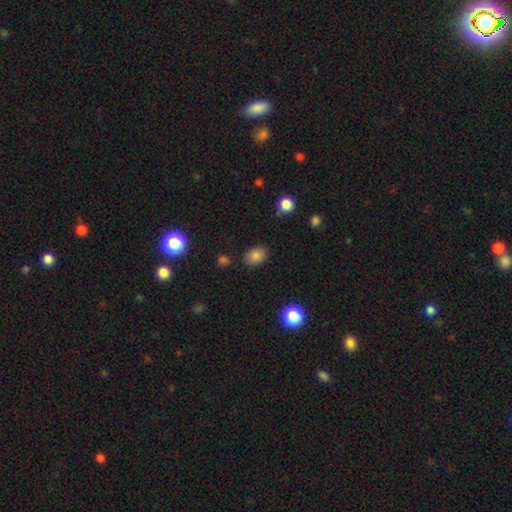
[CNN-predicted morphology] A smooth galaxy with no disk features (82%) that is in between round and cigar-shaped (74%).

Vote fractions:
- Smooth or featured? smooth: 82% / star or artifact: 11% / featured or disk: 6%
- How rounded? in between: 74% / round: 25% / cigar-shaped: 1%
- Merging? none: 84% / minor disturbance: 11% / major disturbance: 3% / merger: 2%